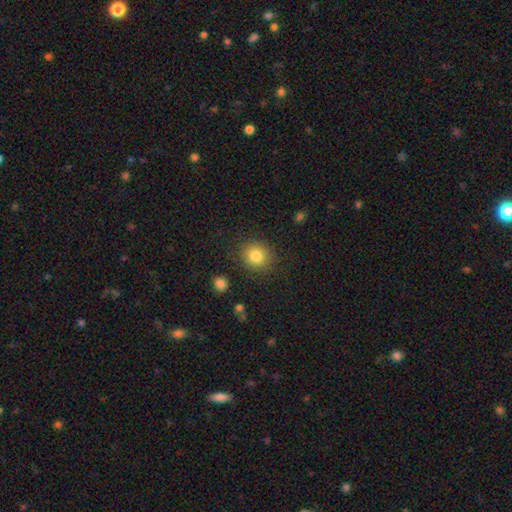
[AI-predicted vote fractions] smooth-or-featured: smooth: 83% | star or artifact: 11% | featured or disk: 7%
  how-rounded: round: 83% | in between: 16% | cigar-shaped: 1%
  merging: none: 87% | minor disturbance: 8% | major disturbance: 3% | merger: 2%